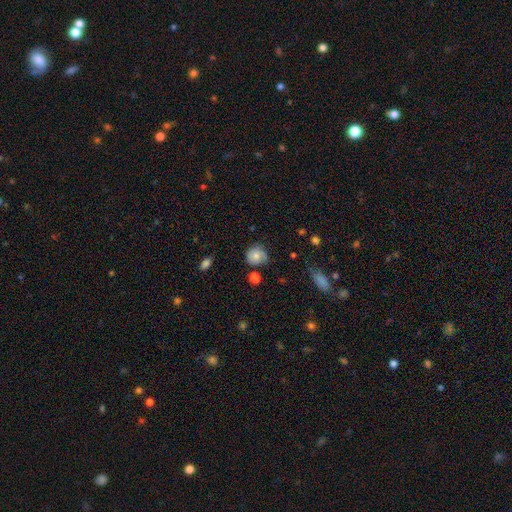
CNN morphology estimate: smooth_or_featured: smooth (p=0.75) [alt: featured or disk p=0.15]
how_rounded: round (p=0.81) [alt: in between p=0.18]
merging: none (p=0.62) [alt: minor disturbance p=0.27]